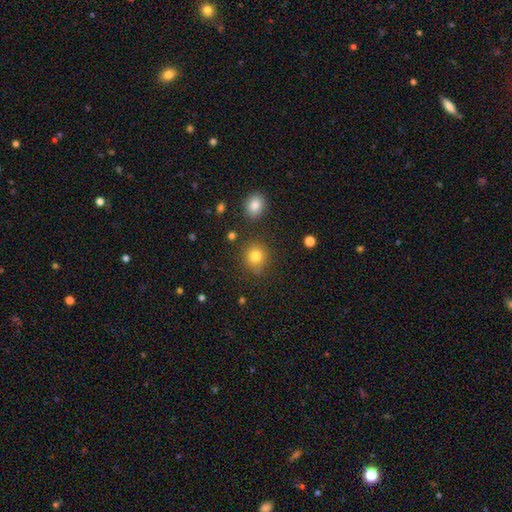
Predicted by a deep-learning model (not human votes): Overall: smooth (81%). How rounded: round (83%). Merging: none (81%).